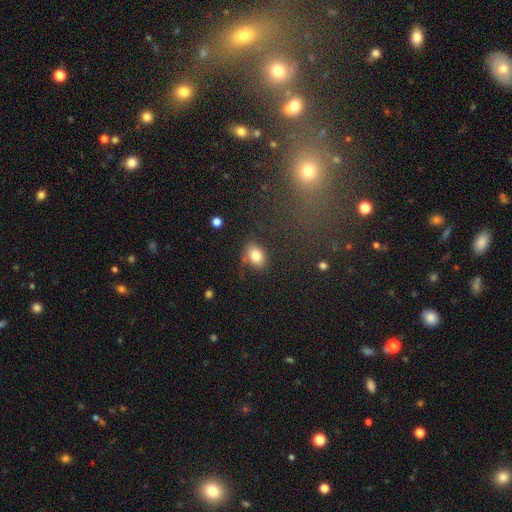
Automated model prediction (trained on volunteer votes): Smooth or featured? smooth (81%)
How rounded? in between (71%)
Merging? none (73%)